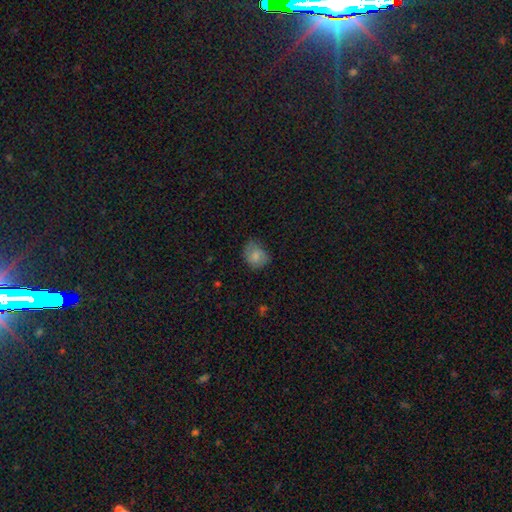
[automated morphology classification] Overall: smooth (74%). How rounded: round (61%; in between 38%). Merging: none (57%; minor disturbance 31%).